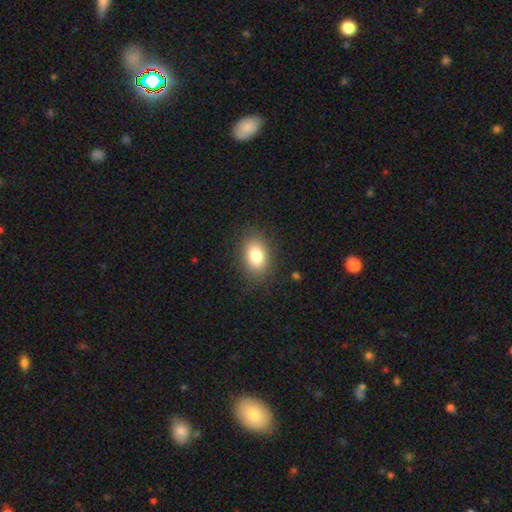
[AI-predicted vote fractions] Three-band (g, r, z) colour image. It shows a smooth galaxy with no disk features (80%) that is in between round and cigar-shaped (80%). Merging: none (85%).